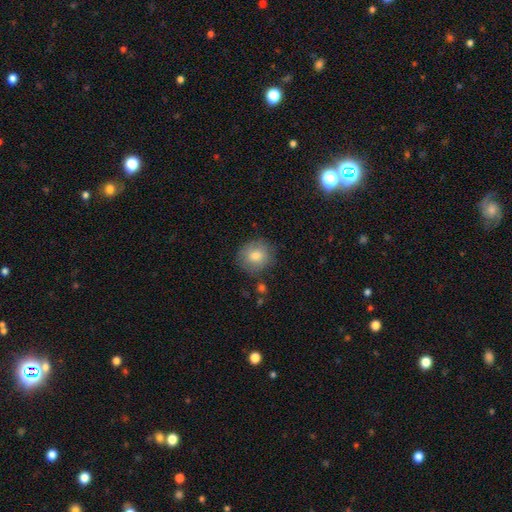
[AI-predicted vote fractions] This appears to be a smooth galaxy with no disk features (76%) that is round (85%). Merging: none (82%).